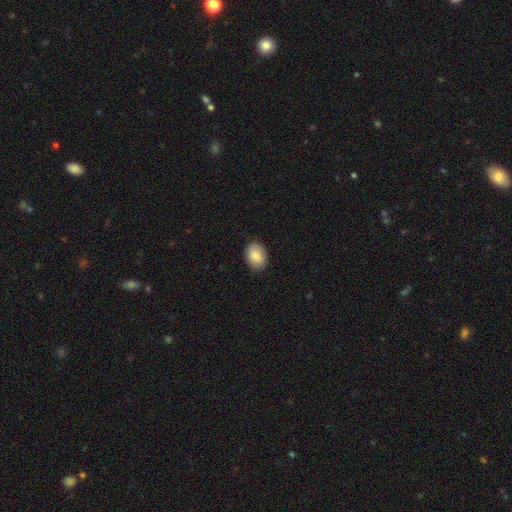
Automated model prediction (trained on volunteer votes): A smooth galaxy with no disk features (82%) that is in between round and cigar-shaped (81%).

Vote fractions:
- Smooth or featured? smooth: 82% / featured or disk: 11% / star or artifact: 7%
- How rounded? in between: 81% / round: 18% / cigar-shaped: 1%
- Merging? none: 85% / minor disturbance: 11% / major disturbance: 2% / merger: 1%